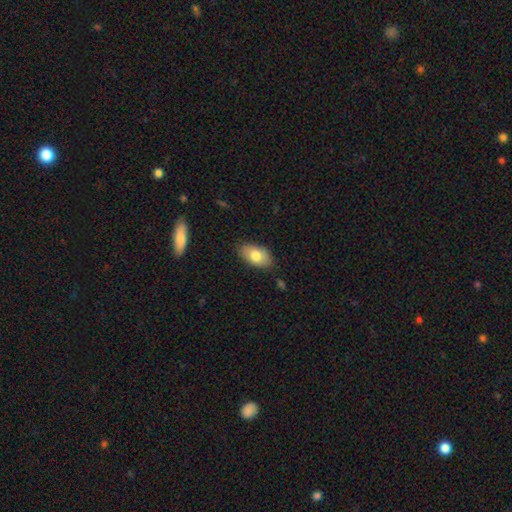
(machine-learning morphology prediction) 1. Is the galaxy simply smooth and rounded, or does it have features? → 77% smooth, 17% featured or disk, 6% star or artifact.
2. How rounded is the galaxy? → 93% in between, 5% round, 2% cigar-shaped.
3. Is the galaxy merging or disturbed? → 83% none, 13% minor disturbance, 2% major disturbance, 1% merger.